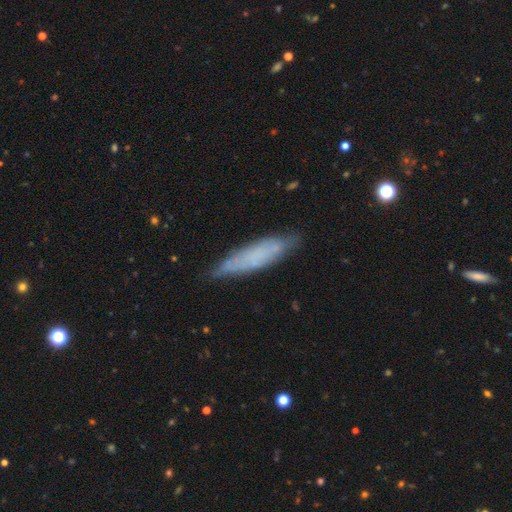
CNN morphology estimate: The model was most divided on "smooth or featured": smooth: 60%, featured or disk: 32%, star or artifact: 9%. More confident: how rounded — cigar-shaped (77%); merging — none (76%).